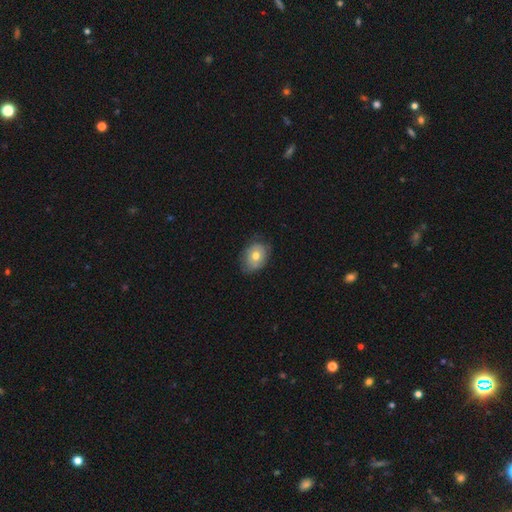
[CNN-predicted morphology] Overall: smooth (61%; featured or disk 32%). How rounded: in between (59%; round 40%). Merging: none (69%).